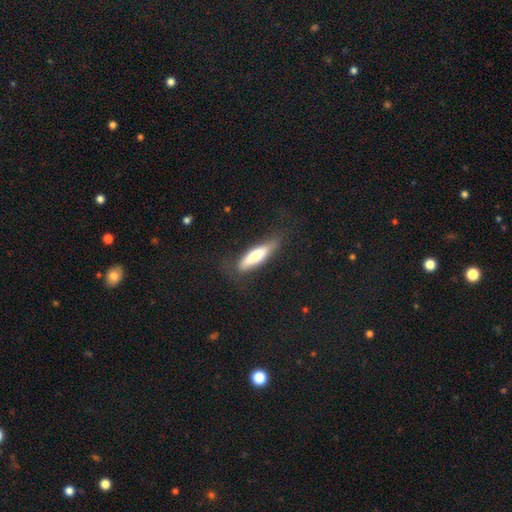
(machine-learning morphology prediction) Smooth or featured: smooth — 67% (featured or disk — 28%)
How rounded: cigar-shaped — 70% (in between — 29%)
Merging: none — 73% (minor disturbance — 19%)